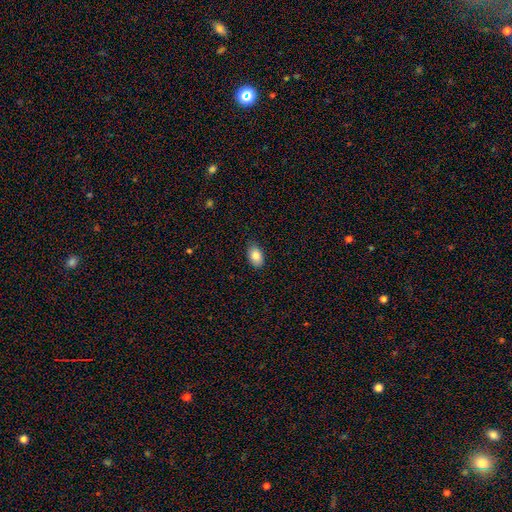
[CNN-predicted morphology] Smooth or featured: smooth — 84% (featured or disk — 8%)
How rounded: in between — 89% (round — 10%)
Merging: none — 85% (minor disturbance — 12%)